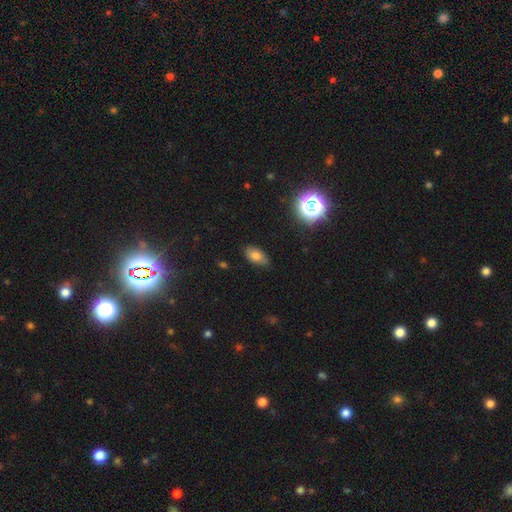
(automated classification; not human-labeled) smooth 75%, star or artifact 13%, featured or disk 12%. Down the decision tree: how rounded — in between (90%); merging — none (83%).